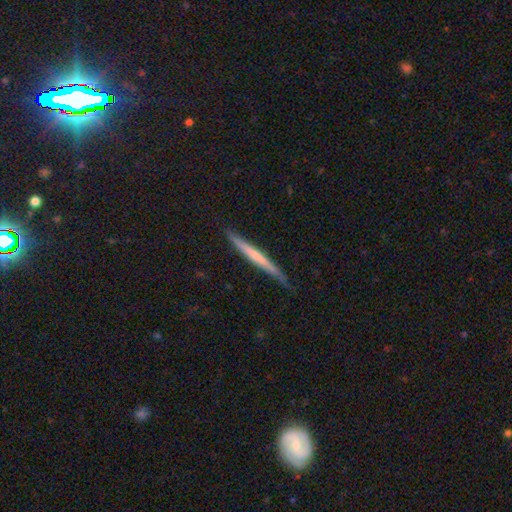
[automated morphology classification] smooth_or_featured: featured or disk (p=0.49) [alt: smooth p=0.46]
merging: none (p=0.84) [alt: minor disturbance p=0.13]